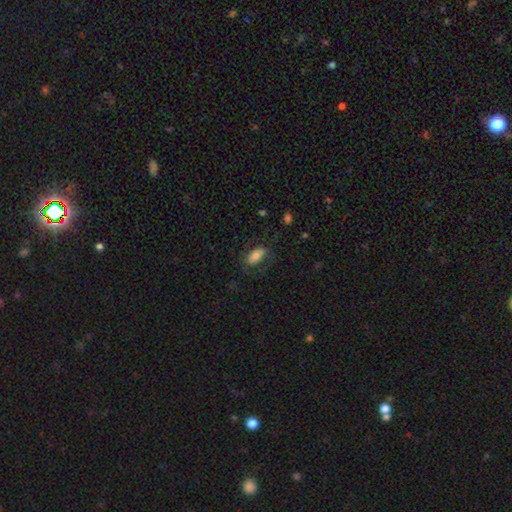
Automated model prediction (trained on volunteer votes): Smooth or featured? Predicted: smooth (p=0.72). How rounded? Predicted: in between (p=0.87). Merging? Predicted: none (p=0.68).